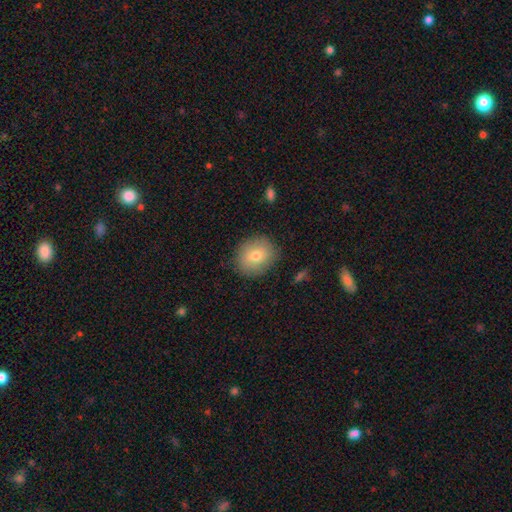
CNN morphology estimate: This appears to be a smooth galaxy with no disk features (76%) that is round (69%). Merging: none (86%).